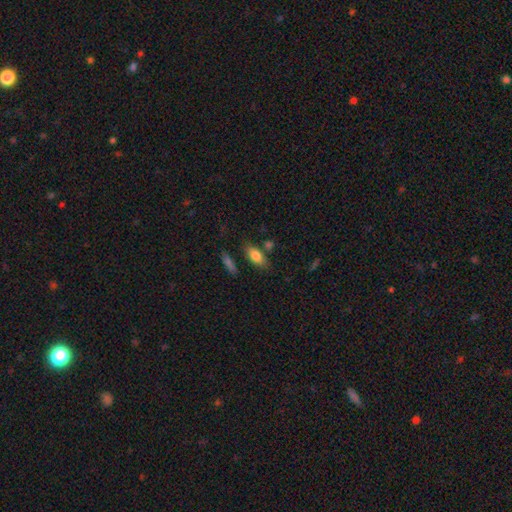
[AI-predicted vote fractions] Morphology: type=smooth (79%); roundness=in between (80%); merging=none (75%).